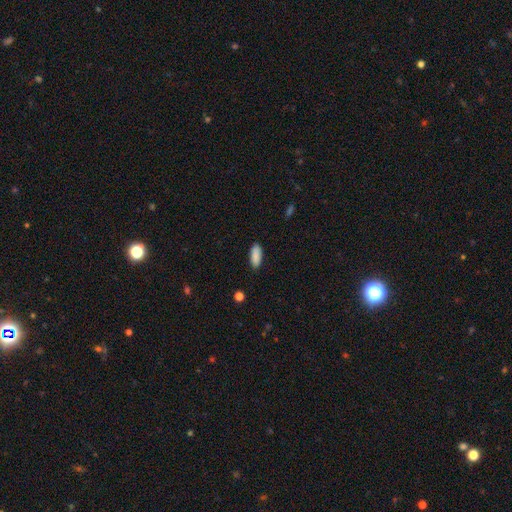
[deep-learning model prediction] A smooth galaxy with no disk features (89%) that is in between round and cigar-shaped (76%).

Vote fractions:
- Smooth or featured? smooth: 89% / star or artifact: 7% / featured or disk: 4%
- How rounded? in between: 76% / cigar-shaped: 23% / round: 2%
- Merging? none: 88% / minor disturbance: 9% / major disturbance: 2% / merger: 1%